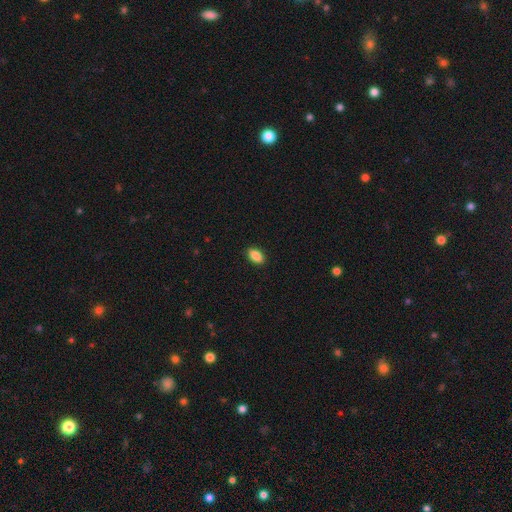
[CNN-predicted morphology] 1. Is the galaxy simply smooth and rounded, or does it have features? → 87% smooth, 8% star or artifact, 5% featured or disk.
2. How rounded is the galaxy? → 91% in between, 6% round, 3% cigar-shaped.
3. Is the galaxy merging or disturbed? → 90% none, 7% minor disturbance, 2% major disturbance, 1% merger.